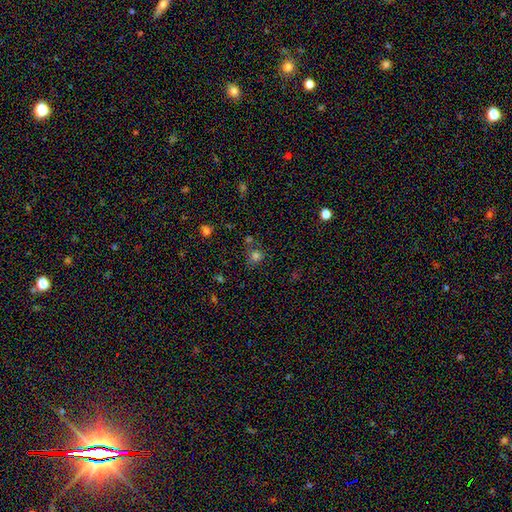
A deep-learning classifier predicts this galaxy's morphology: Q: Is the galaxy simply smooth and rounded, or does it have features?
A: smooth — 75%.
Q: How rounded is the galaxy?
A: round — 81%.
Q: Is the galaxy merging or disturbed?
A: none — 65%.